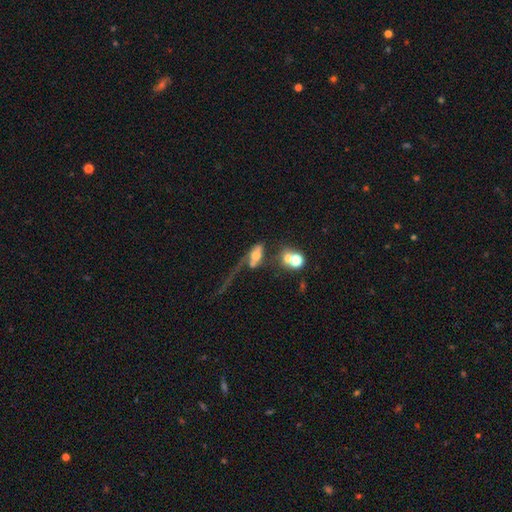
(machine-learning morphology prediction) A smooth galaxy with no disk features (46%).

Vote fractions:
- Smooth or featured? smooth: 46% / featured or disk: 37% / star or artifact: 16%
- Merging? major disturbance: 37% (tied) / merger: 37% (tied) / none: 17% / minor disturbance: 10%